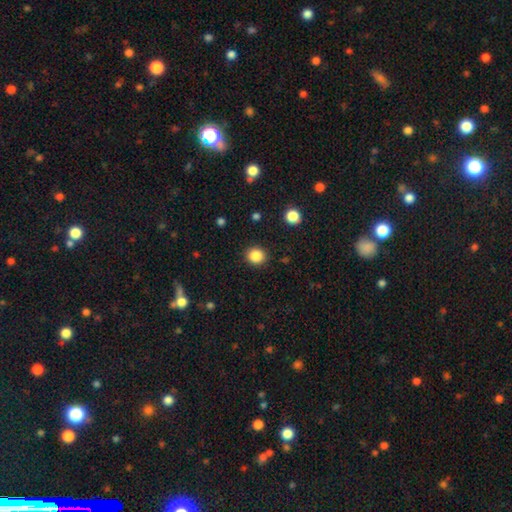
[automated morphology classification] Smooth or featured? Predicted: smooth (p=0.86). How rounded? Predicted: round (p=0.87). Merging? Predicted: none (p=0.90).